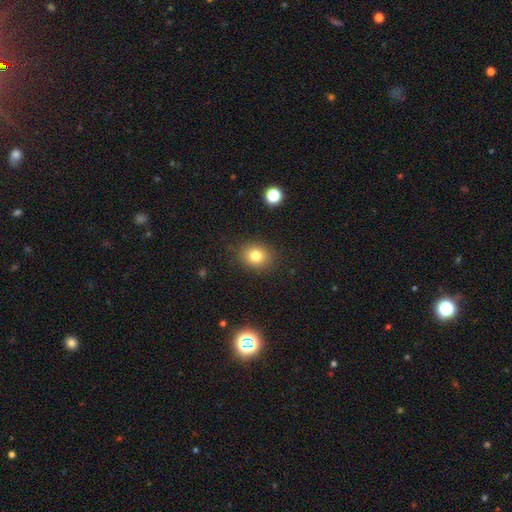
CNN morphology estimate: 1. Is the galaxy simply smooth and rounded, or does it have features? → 79% smooth, 12% star or artifact, 8% featured or disk.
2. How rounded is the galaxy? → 64% round, 35% in between, 1% cigar-shaped.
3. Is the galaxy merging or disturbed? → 86% none, 9% minor disturbance, 3% major disturbance, 1% merger.